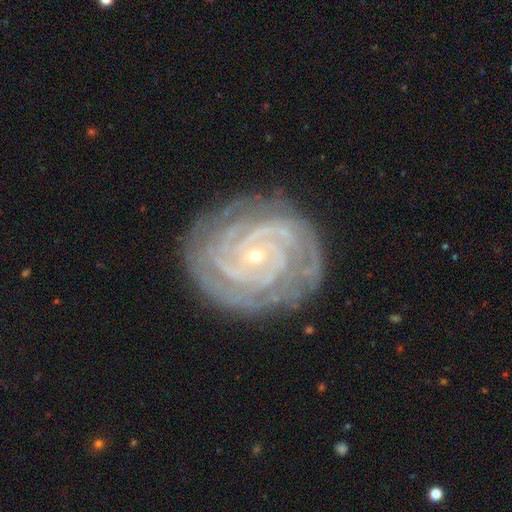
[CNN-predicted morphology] Overall: featured or disk (91%). Edge-on disk: no (97%). Bar: no (68%). Spiral arms: yes (98%). Spiral arm count: 2 (23%; 3 21%). Spiral winding: tight (83%). Bulge size: small (84%). Merging: none (82%).